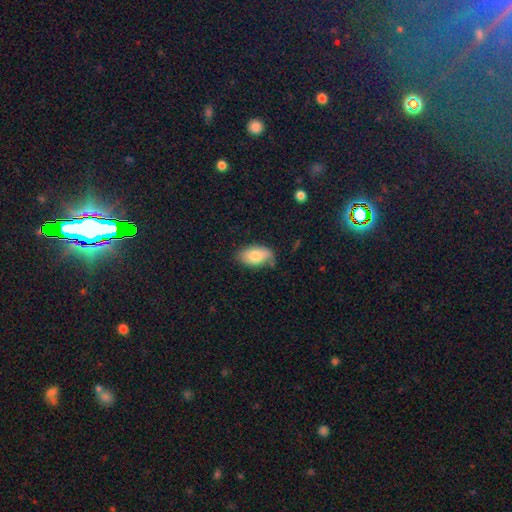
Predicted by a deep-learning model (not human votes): Morphology: type=smooth (76%); roundness=in between (93%); merging=none (63%).